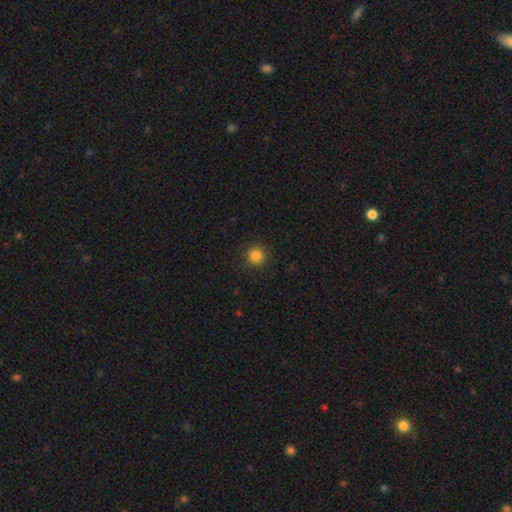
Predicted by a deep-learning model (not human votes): Smooth or featured: smooth — 85% (star or artifact — 12%)
How rounded: round — 95% (in between — 4%)
Merging: none — 90% (minor disturbance — 7%)